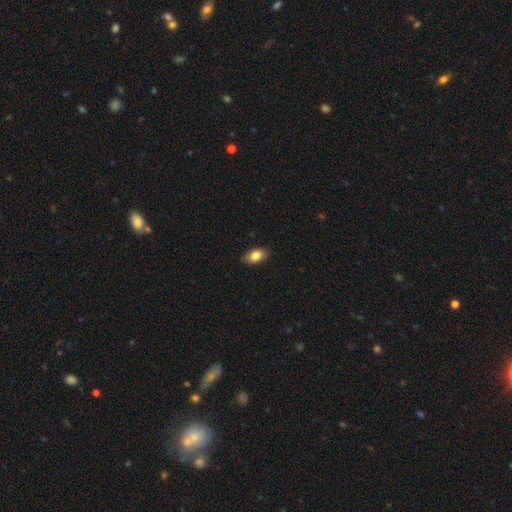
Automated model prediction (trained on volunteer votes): smooth 82%, featured or disk 10%, star or artifact 8%. Down the decision tree: how rounded — in between (90%); merging — none (88%).